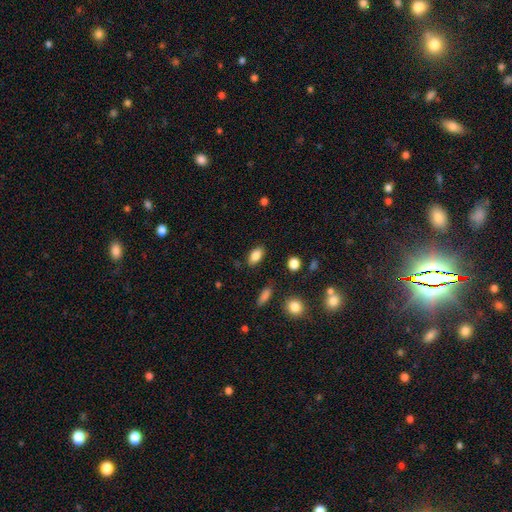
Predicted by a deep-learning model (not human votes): smooth 83%, star or artifact 9%, featured or disk 8%. Down the decision tree: how rounded — in between (88%); merging — none (84%).